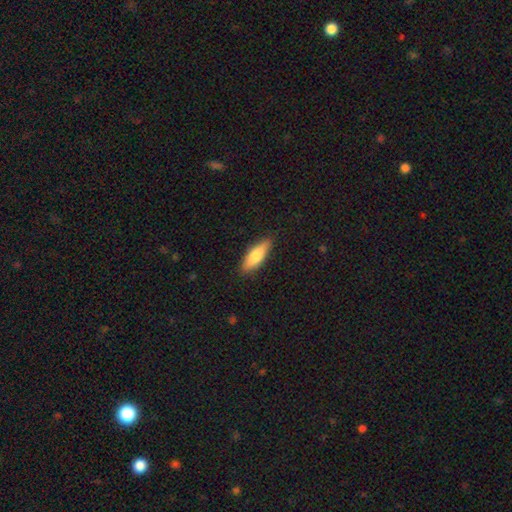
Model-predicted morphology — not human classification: Smooth or featured?
  - smooth: 74% *
  - featured or disk: 21%
  - star or artifact: 6%
How rounded?
  - in between: 53% *
  - cigar-shaped: 44%
  - round: 2%
Merging?
  - none: 87% *
  - minor disturbance: 10%
  - major disturbance: 2%
  - merger: 1%